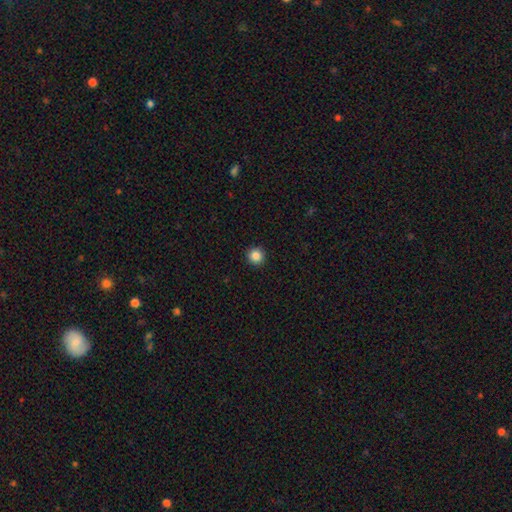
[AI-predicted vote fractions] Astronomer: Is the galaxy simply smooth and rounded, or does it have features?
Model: smooth — 86%.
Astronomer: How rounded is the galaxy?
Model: round — 96%.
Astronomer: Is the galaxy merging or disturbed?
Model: none — 94%.